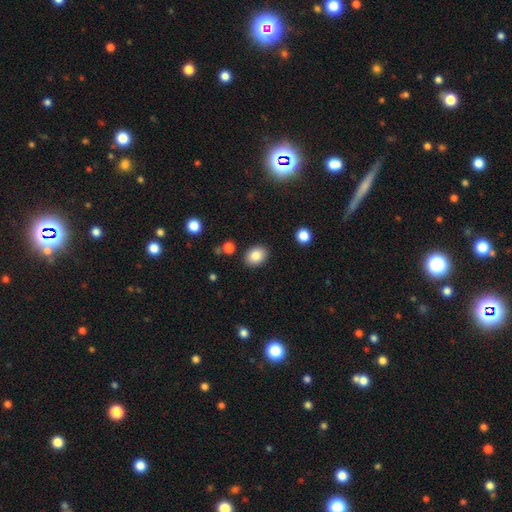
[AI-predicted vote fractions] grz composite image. It shows a smooth galaxy with no disk features (85%) that is in between round and cigar-shaped (61%). Merging: none (87%).